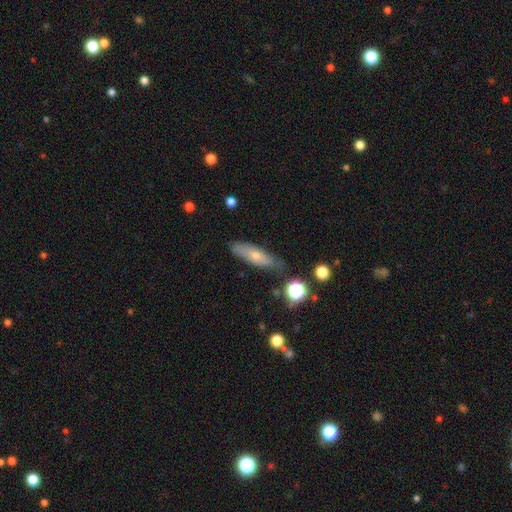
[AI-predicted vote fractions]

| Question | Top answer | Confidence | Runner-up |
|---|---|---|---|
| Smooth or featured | smooth | 63% | featured or disk (29%) |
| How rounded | cigar-shaped | 57% | in between (40%) |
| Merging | none | 75% | minor disturbance (18%) |